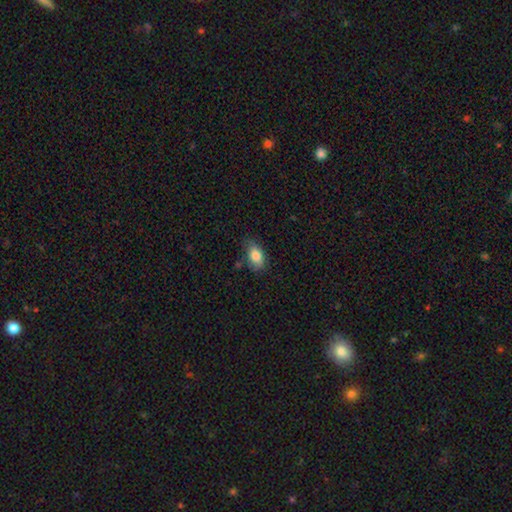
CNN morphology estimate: Smooth or featured? smooth (82%)
How rounded? in between (90%)
Merging? none (69%)